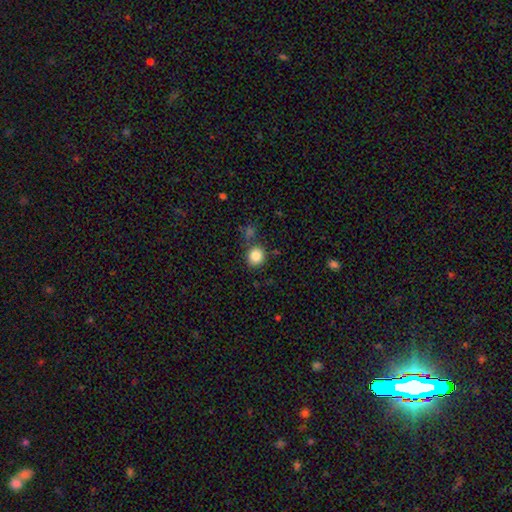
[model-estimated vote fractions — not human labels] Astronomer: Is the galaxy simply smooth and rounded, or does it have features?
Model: smooth — 85%.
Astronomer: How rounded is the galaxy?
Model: round — 82%.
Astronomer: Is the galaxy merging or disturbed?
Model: none — 76%.